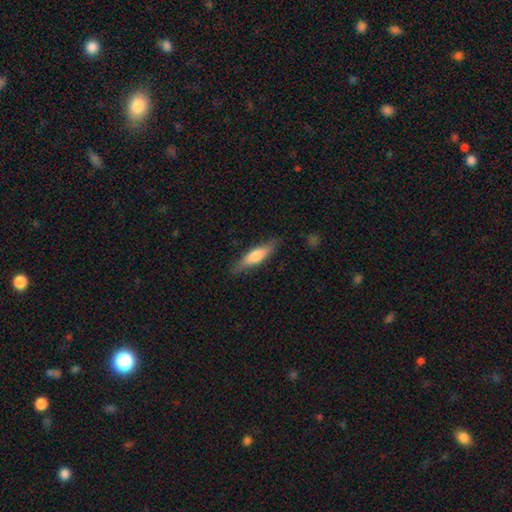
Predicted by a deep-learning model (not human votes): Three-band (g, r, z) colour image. It shows a smooth galaxy with no disk features (61%) that is cigar-shaped (66%). Merging: none (82%).